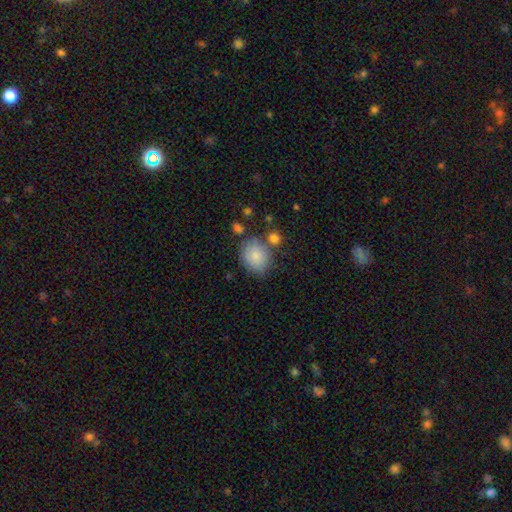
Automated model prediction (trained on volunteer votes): This is clearly a smooth galaxy (85%). How rounded: likely round (62%). Merging: likely none (67%).